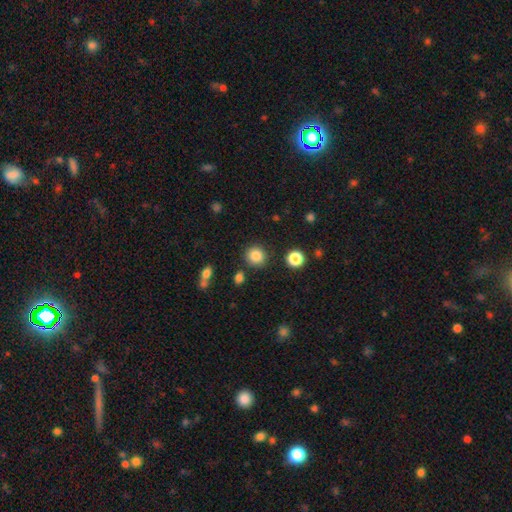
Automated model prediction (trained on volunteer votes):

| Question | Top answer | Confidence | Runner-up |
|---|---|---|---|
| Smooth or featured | smooth | 85% | star or artifact (11%) |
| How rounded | round | 91% | in between (8%) |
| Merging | none | 86% | minor disturbance (8%) |